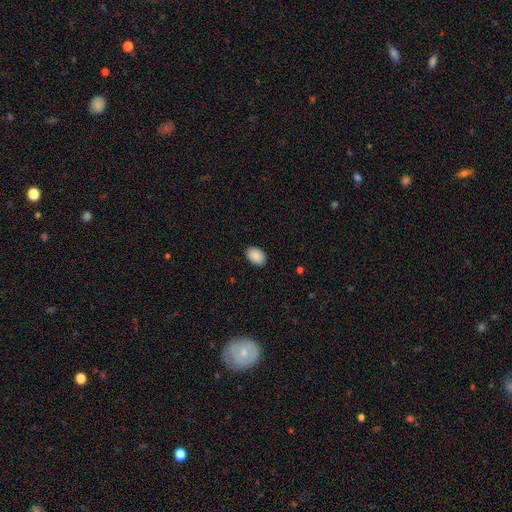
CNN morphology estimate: smooth 91%, star or artifact 7%, featured or disk 3%. Down the decision tree: how rounded — in between (88%); merging — none (89%).